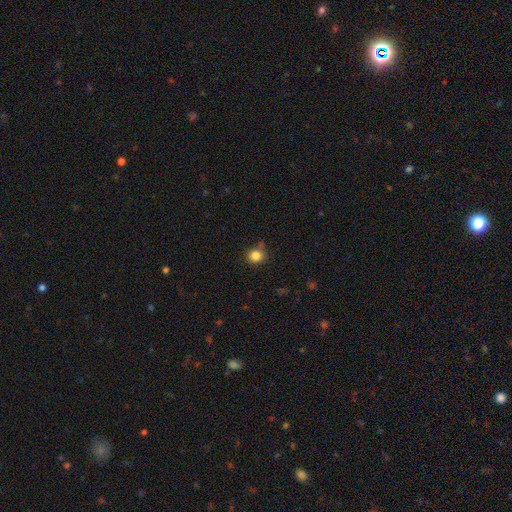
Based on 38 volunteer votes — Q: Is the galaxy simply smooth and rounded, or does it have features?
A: smooth — 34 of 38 (89%).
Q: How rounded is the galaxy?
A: round — 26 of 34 (76%).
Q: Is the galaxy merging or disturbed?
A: none — 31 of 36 (86%).